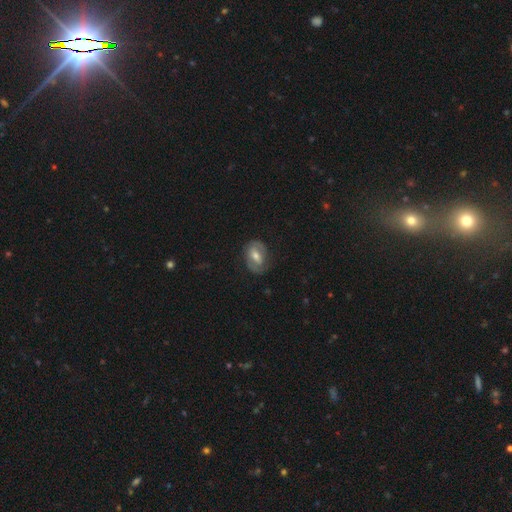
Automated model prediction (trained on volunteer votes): A featured or disk galaxy (50%).

Vote fractions:
- Smooth or featured? featured or disk: 50% / smooth: 44% / star or artifact: 7%
- Merging? none: 69% / minor disturbance: 21% / major disturbance: 9% / merger: 1%